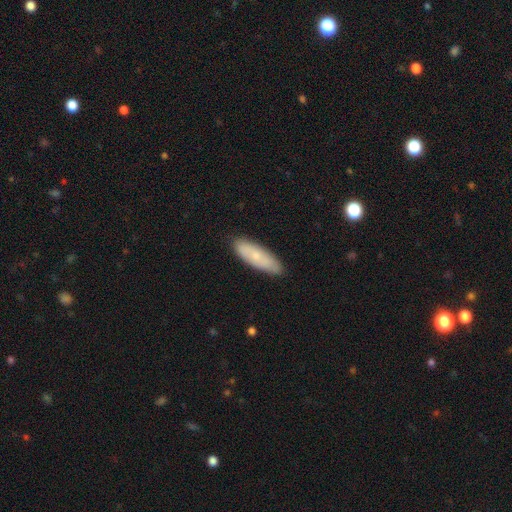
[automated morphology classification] smooth 70%, featured or disk 24%, star or artifact 6%. Down the decision tree: how rounded — in between (53%); merging — none (85%).